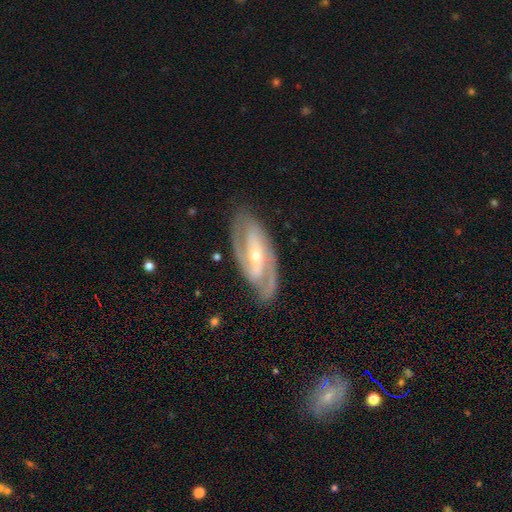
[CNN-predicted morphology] Overall: featured or disk (89%). Edge-on disk: no (94%). Bar: strong (40%; weak 33%). Spiral arms: yes (96%). Spiral arm count: 2 (85%). Spiral winding: medium (47%; tight 41%). Bulge size: small (58%; moderate 39%). Merging: none (81%).